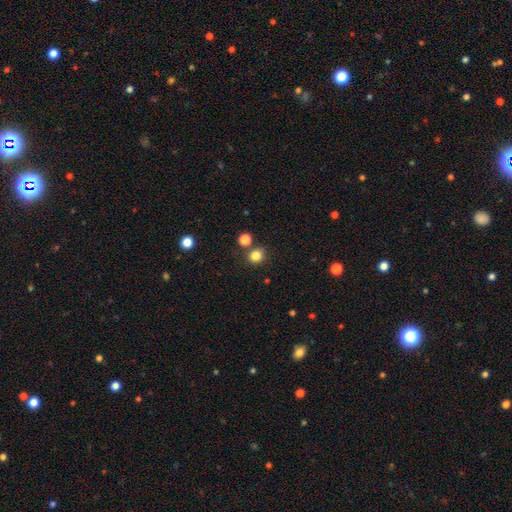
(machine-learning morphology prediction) smooth_or_featured: smooth (p=0.83) [alt: star or artifact p=0.13]
how_rounded: round (p=0.84) [alt: in between p=0.15]
merging: none (p=0.78) [alt: merger p=0.10]